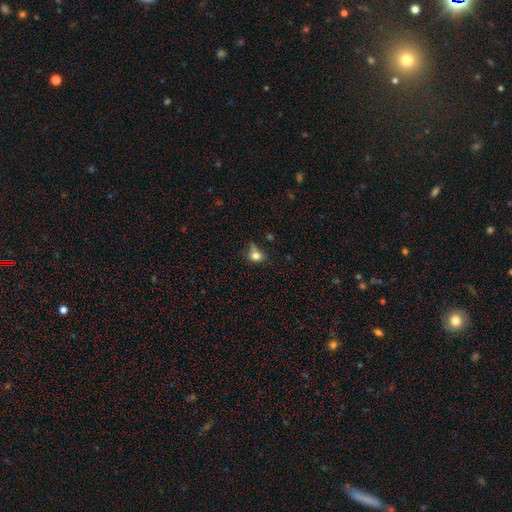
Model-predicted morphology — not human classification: This is likely a smooth galaxy (79%). How rounded: possibly round (56%). Merging: marginally none (45%).